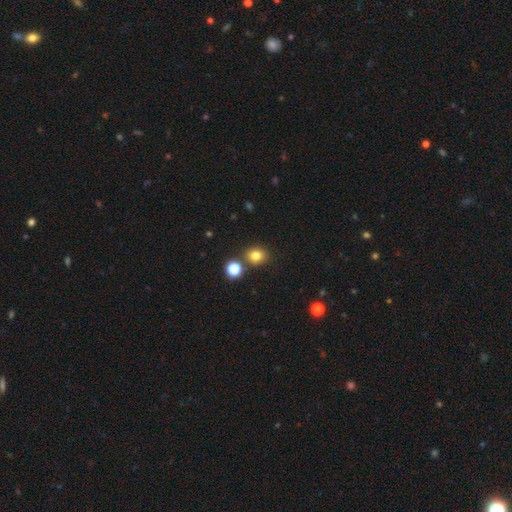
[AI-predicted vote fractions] smooth 78%, star or artifact 15%, featured or disk 6%. Down the decision tree: how rounded — round (73%); merging — none (78%).